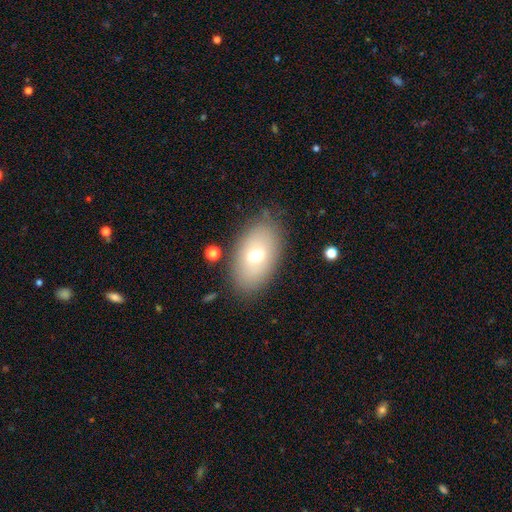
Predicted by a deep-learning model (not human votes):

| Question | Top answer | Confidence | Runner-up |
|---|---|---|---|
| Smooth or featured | smooth | 67% | featured or disk (24%) |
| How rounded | in between | 90% | round (8%) |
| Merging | none | 81% | minor disturbance (12%) |